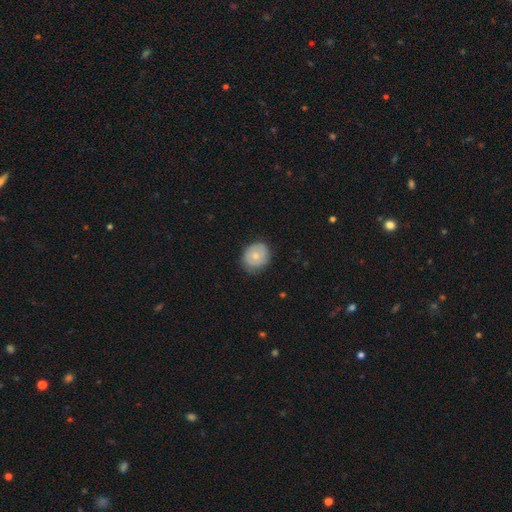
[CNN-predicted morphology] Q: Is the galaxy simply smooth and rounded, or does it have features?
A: smooth — 65%.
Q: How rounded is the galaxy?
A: round — 74%.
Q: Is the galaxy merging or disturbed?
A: none — 74%.